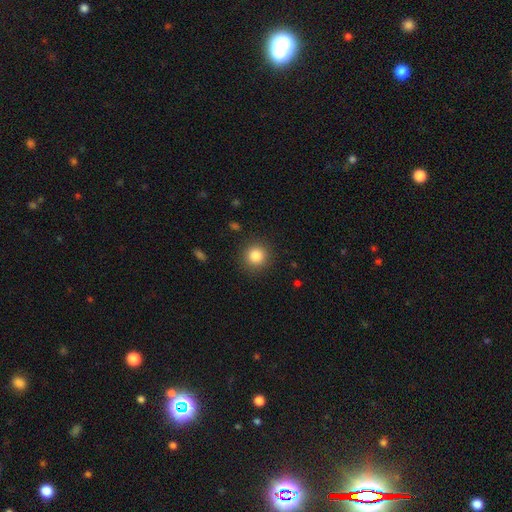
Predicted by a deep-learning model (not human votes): Overall: smooth (84%). How rounded: round (93%). Merging: none (90%).